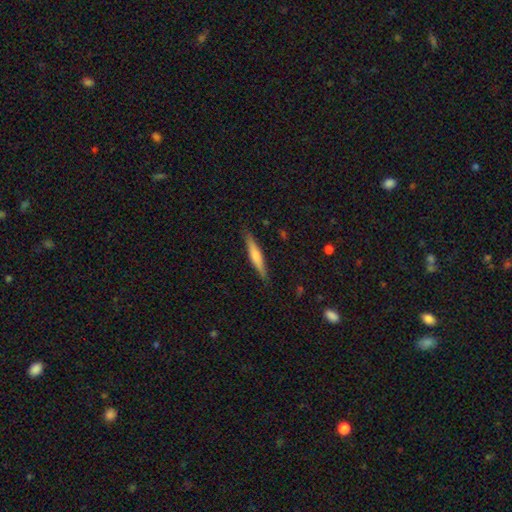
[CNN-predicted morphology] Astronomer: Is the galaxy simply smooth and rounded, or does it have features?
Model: smooth — 51% (runner-up: featured or disk, 43%).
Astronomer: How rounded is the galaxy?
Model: cigar-shaped — 90%.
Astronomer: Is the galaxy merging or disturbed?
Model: none — 88%.